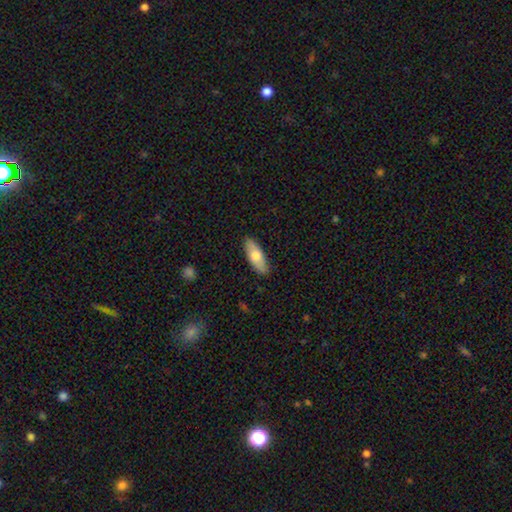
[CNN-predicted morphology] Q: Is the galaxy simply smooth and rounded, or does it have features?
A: smooth — 70%.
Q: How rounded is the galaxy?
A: in between — 72%.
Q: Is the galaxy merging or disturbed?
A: none — 87%.